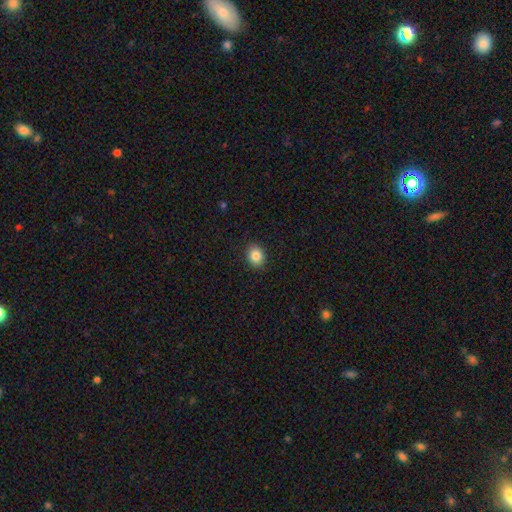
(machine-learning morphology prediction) Smooth or featured? Predicted: smooth (p=0.85). How rounded? Predicted: round (p=0.54). Merging? Predicted: none (p=0.90).